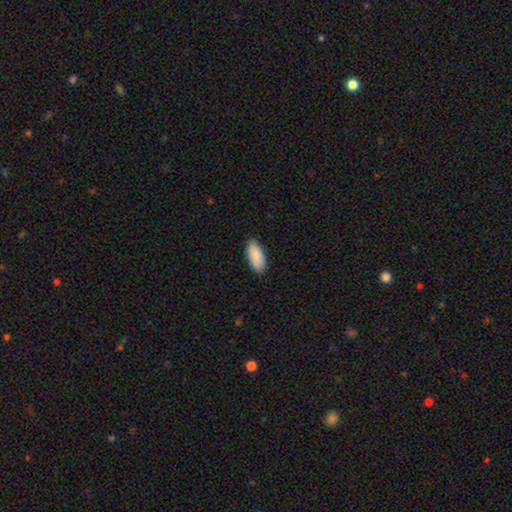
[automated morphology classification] A smooth galaxy with no disk features (90%) that is in between round and cigar-shaped (89%). Merging: none (88%).